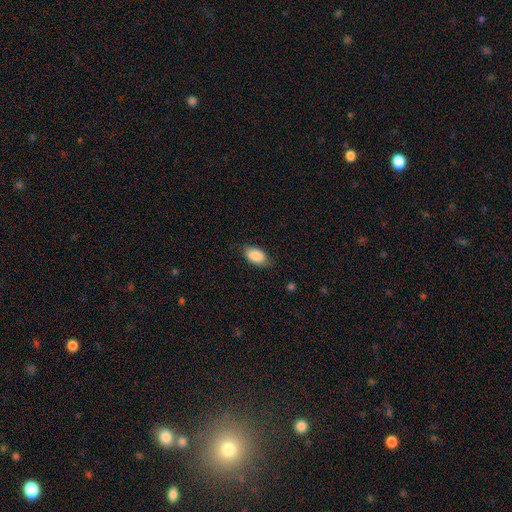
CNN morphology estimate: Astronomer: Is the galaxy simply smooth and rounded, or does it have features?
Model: smooth — 87%.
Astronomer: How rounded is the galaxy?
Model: in between — 93%.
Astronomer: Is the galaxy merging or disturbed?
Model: none — 73%.